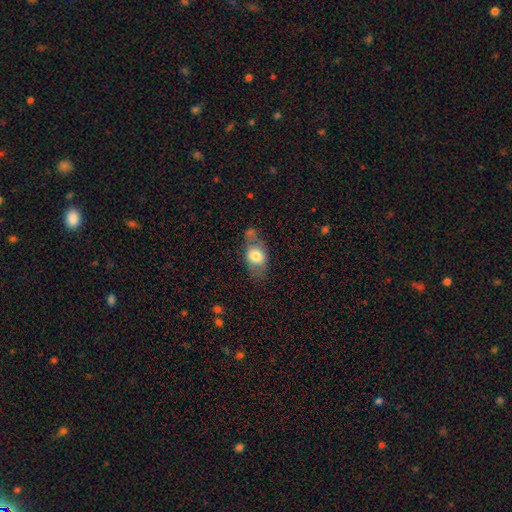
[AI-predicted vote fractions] Smooth or featured? smooth (70%)
How rounded? in between (74%)
Merging? none (50%)